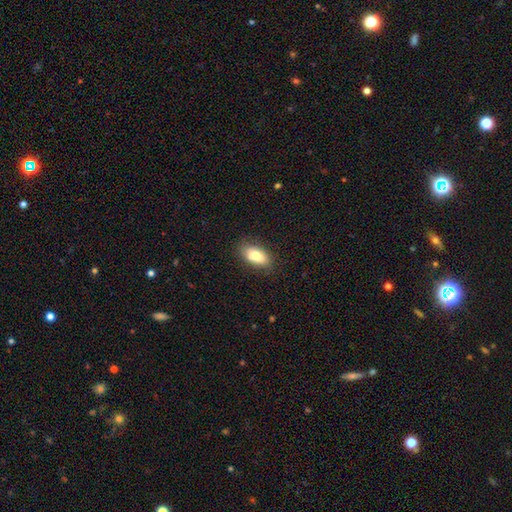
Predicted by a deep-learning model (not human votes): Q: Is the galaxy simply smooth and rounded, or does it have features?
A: smooth — 80%.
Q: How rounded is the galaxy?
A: in between — 88%.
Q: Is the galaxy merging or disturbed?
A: none — 84%.